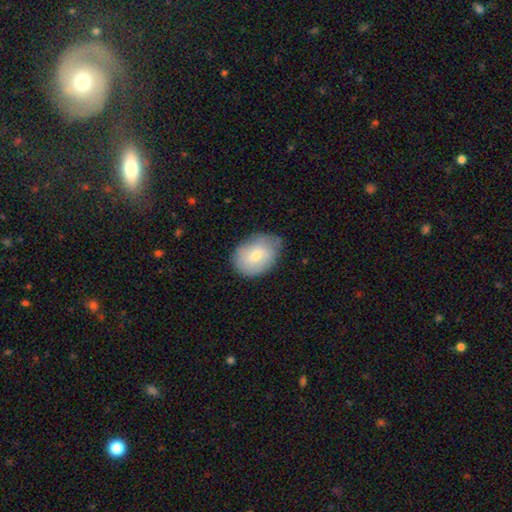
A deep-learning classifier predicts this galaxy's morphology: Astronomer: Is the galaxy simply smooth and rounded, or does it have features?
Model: smooth — 73%.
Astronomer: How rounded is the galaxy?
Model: in between — 66%.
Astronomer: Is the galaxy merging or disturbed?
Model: none — 69%.